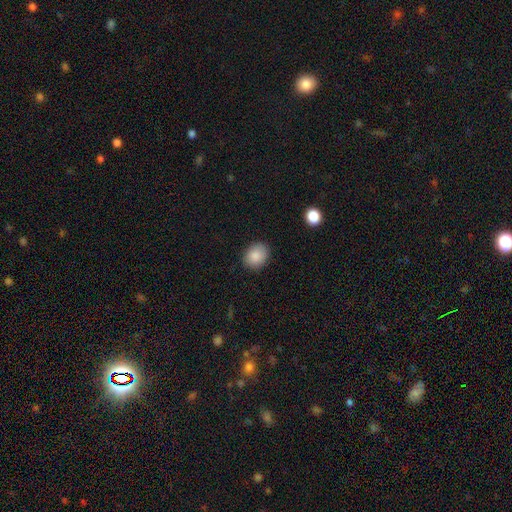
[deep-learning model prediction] The model was most divided on "how rounded": round: 53%, in between: 46%, cigar-shaped: 1%. More confident: merging — none (87%); smooth or featured — smooth (86%).